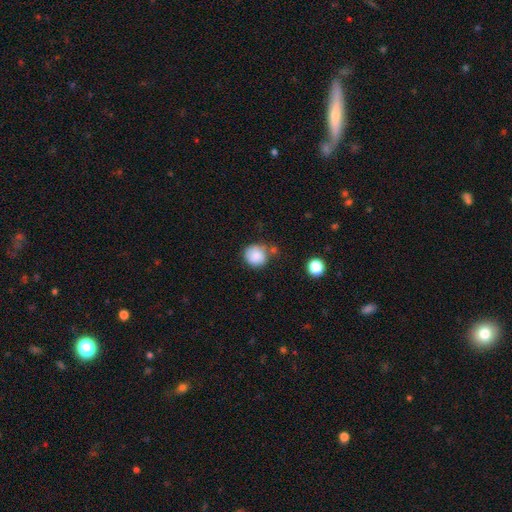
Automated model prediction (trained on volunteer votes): smooth 86%, star or artifact 9%, featured or disk 6%. Down the decision tree: how rounded — round (90%); merging — none (67%).